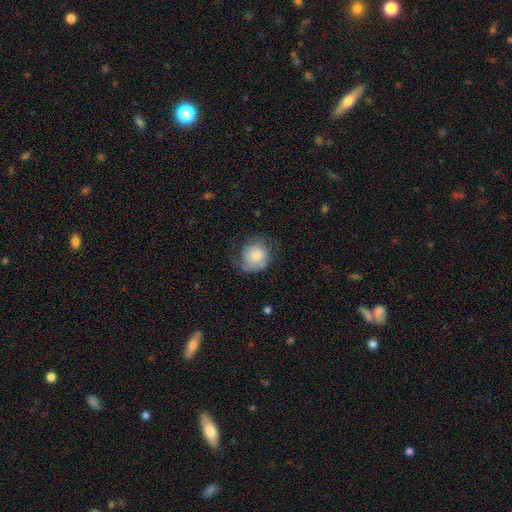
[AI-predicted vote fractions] Smooth or featured?
  - smooth: 66% *
  - featured or disk: 26%
  - star or artifact: 7%
How rounded?
  - round: 80% *
  - in between: 19%
  - cigar-shaped: 1%
Merging?
  - none: 53% *
  - minor disturbance: 27%
  - major disturbance: 18%
  - merger: 2%